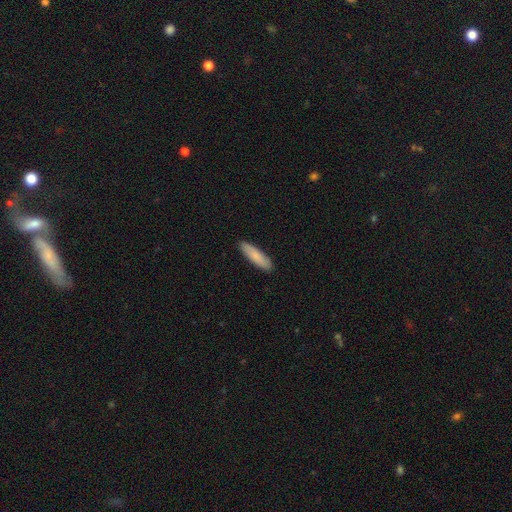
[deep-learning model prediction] Smooth or featured? smooth (83%)
How rounded? cigar-shaped (68%)
Merging? none (90%)